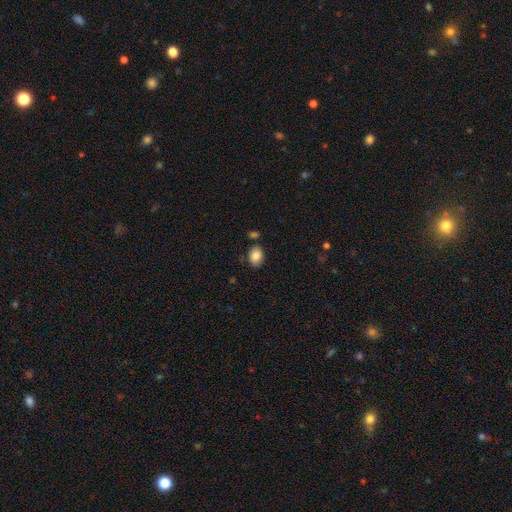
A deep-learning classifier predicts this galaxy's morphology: type=smooth (85%); roundness=in between (77%); merging=none (77%).